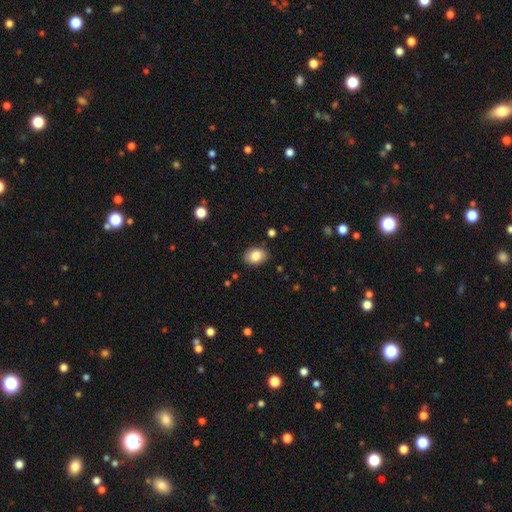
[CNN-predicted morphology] A smooth galaxy with no disk features (84%) that is in between round and cigar-shaped (73%).

Vote fractions:
- Smooth or featured? smooth: 84% / star or artifact: 8% / featured or disk: 7%
- How rounded? in between: 73% / round: 26% / cigar-shaped: 1%
- Merging? none: 87% / minor disturbance: 10% / major disturbance: 2% / merger: 1%